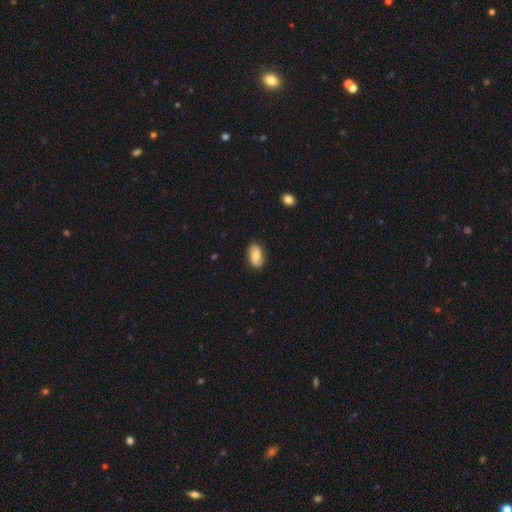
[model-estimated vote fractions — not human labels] This is likely a smooth galaxy (60%). How rounded: clearly in between (90%). Merging: clearly none (83%).